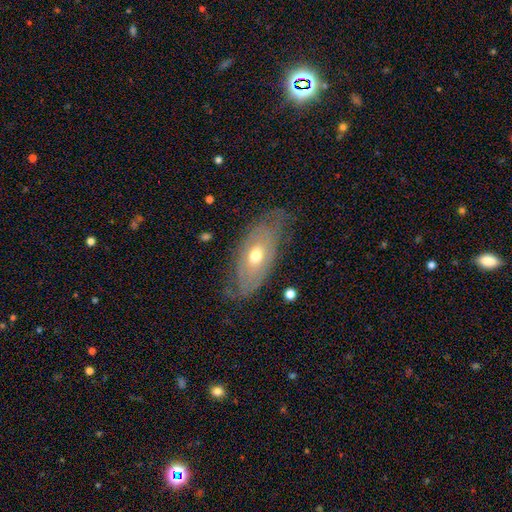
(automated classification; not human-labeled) A featured or disk galaxy (64%) with no bar (81%), spiral arms (62%) and a moderate central bulge (66%).

Vote fractions:
- Smooth or featured? featured or disk: 64% / smooth: 26% / star or artifact: 10%
- Edge-on disk? no: 81% / yes: 19%
- Bar? no: 81% / weak: 15% / strong: 4%
- Spiral arms? yes: 62% / no: 38%
- Bulge size? moderate: 66% / small: 29% / large: 3% / dominant: 1% / none: 1%
- Merging? none: 73% / minor disturbance: 19% / major disturbance: 6% / merger: 1%